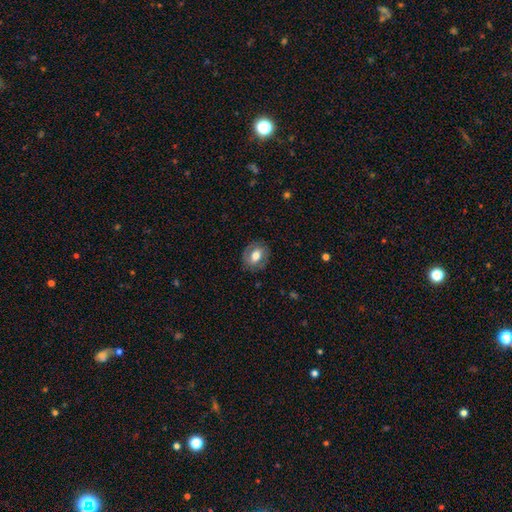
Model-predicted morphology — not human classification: Q: Smooth or featured?
A: smooth (53%); runner-up: featured or disk (40%)
Q: How rounded?
A: round (50%); runner-up: in between (49%)
Q: Merging?
A: none (81%); runner-up: minor disturbance (13%)